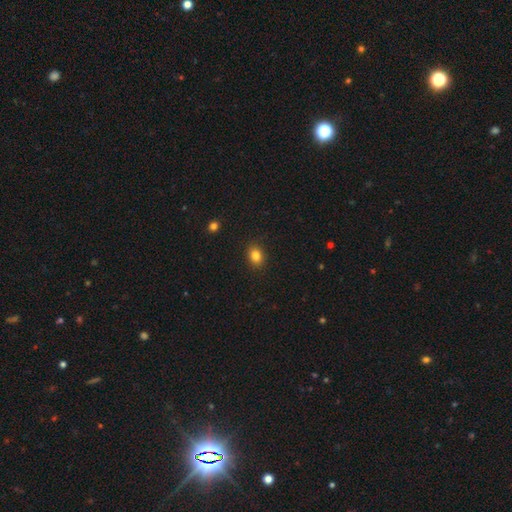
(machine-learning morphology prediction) The model was most divided on "how rounded": in between: 53%, round: 46%, cigar-shaped: 1%. More confident: merging — none (89%); smooth or featured — smooth (83%).